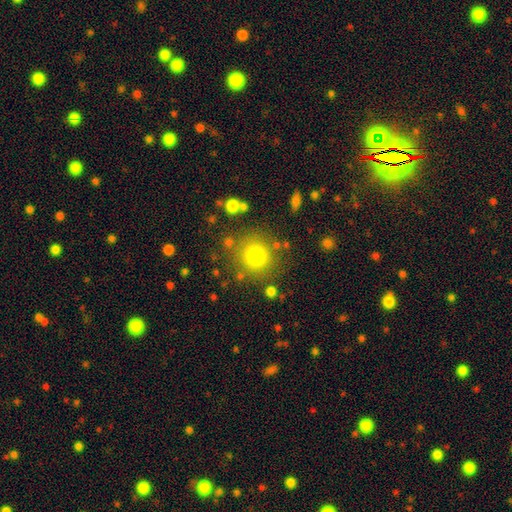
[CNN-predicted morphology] smooth 79%, star or artifact 14%, featured or disk 8%. Down the decision tree: how rounded — round (93%); merging — none (83%).